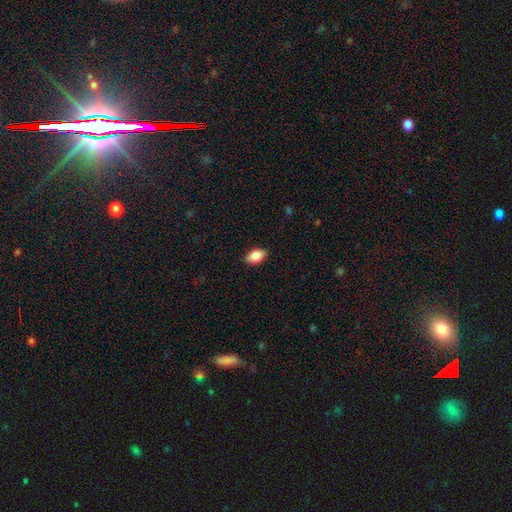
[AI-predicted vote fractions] Q: Smooth or featured?
A: smooth (85%); runner-up: featured or disk (8%)
Q: How rounded?
A: in between (90%); runner-up: round (8%)
Q: Merging?
A: none (87%); runner-up: minor disturbance (10%)